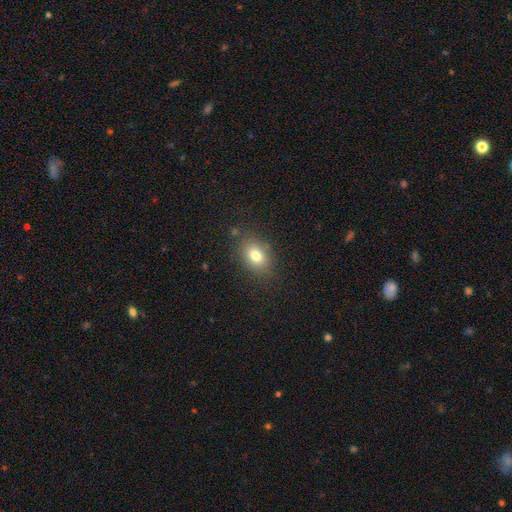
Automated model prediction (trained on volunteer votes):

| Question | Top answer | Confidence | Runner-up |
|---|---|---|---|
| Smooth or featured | smooth | 78% | featured or disk (11%) |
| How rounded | in between | 77% | round (21%) |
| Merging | none | 82% | minor disturbance (12%) |